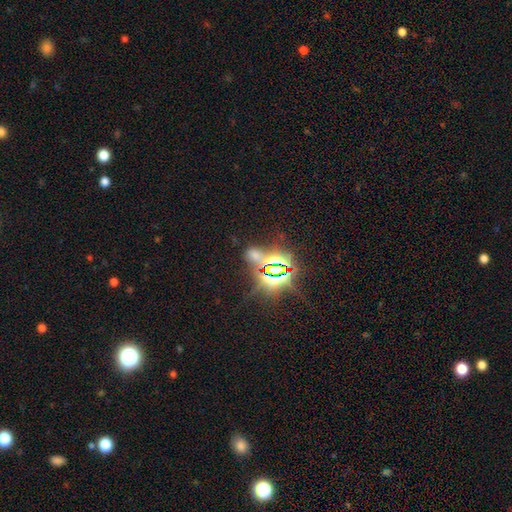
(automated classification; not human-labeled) A star or artifact, not a galaxy (66%).

Vote fractions:
- Smooth or featured? star or artifact: 66% / smooth: 26% / featured or disk: 9%